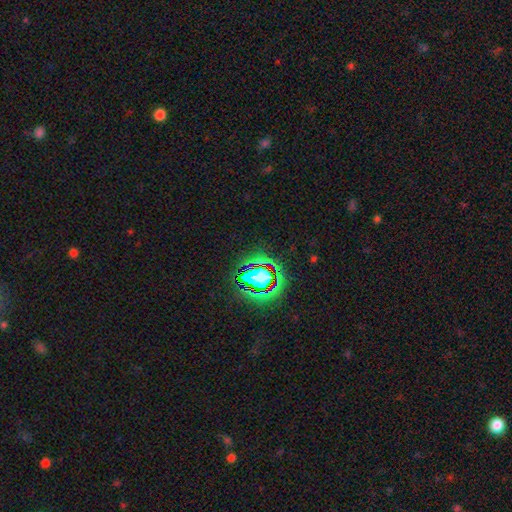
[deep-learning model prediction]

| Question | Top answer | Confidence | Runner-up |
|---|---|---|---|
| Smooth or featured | star or artifact | 82% | smooth (11%) |